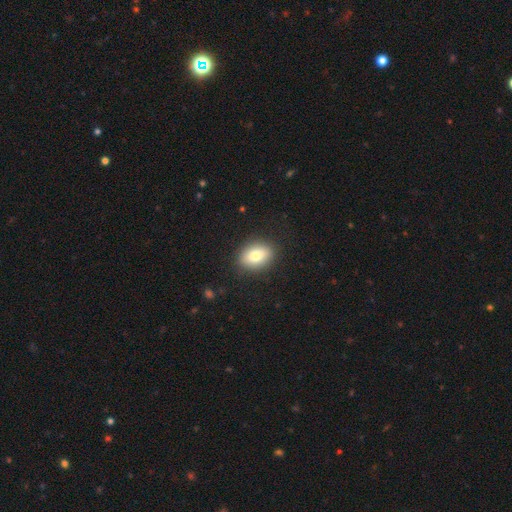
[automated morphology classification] Q: Smooth or featured?
A: smooth (79%); runner-up: featured or disk (13%)
Q: How rounded?
A: in between (71%); runner-up: round (27%)
Q: Merging?
A: none (87%); runner-up: minor disturbance (9%)